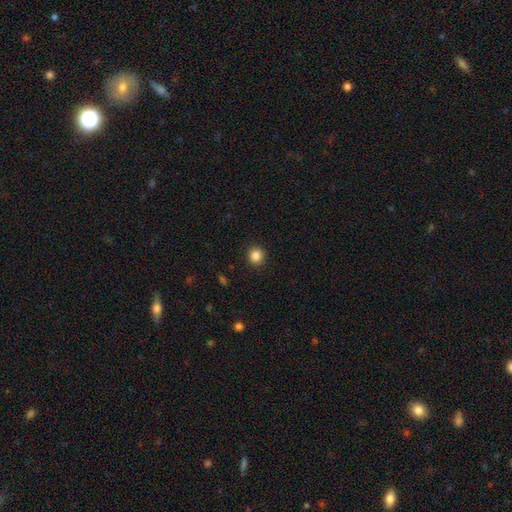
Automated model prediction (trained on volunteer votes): Smooth or featured? smooth (86%)
How rounded? round (93%)
Merging? none (92%)